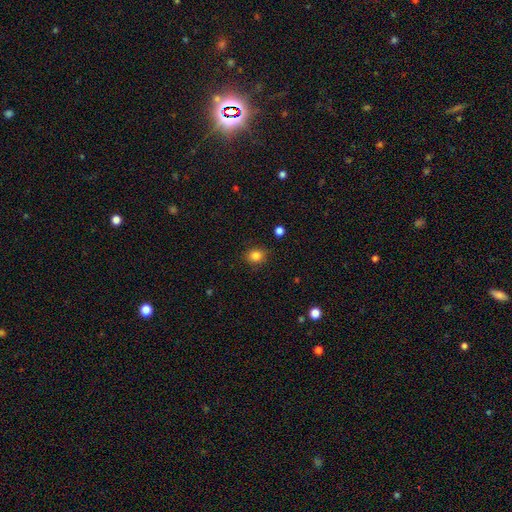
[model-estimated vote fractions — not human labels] A smooth galaxy with no disk features (84%) that is round (67%).

Vote fractions:
- Smooth or featured? smooth: 84% / star or artifact: 11% / featured or disk: 5%
- How rounded? round: 67% / in between: 32% / cigar-shaped: 1%
- Merging? none: 87% / minor disturbance: 9% / major disturbance: 3% / merger: 1%